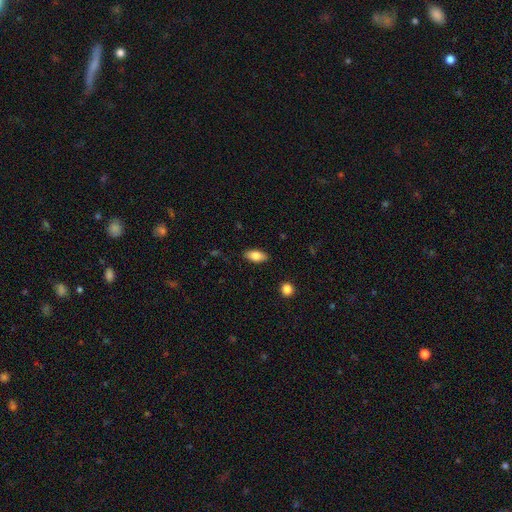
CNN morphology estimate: This is clearly a smooth galaxy (81%). How rounded: clearly in between (89%). Merging: clearly none (88%).